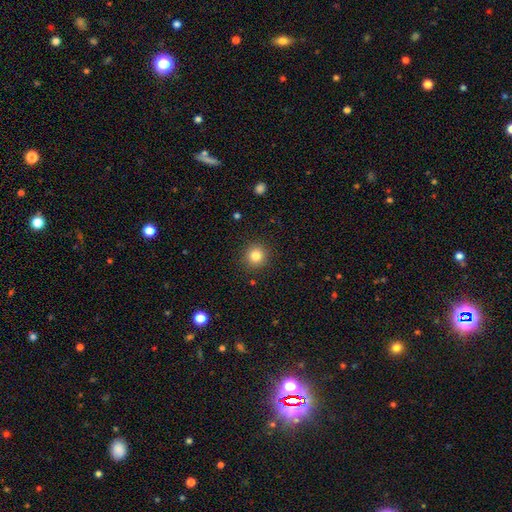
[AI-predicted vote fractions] A smooth galaxy with no disk features (83%) that is round (93%). Merging: none (91%).